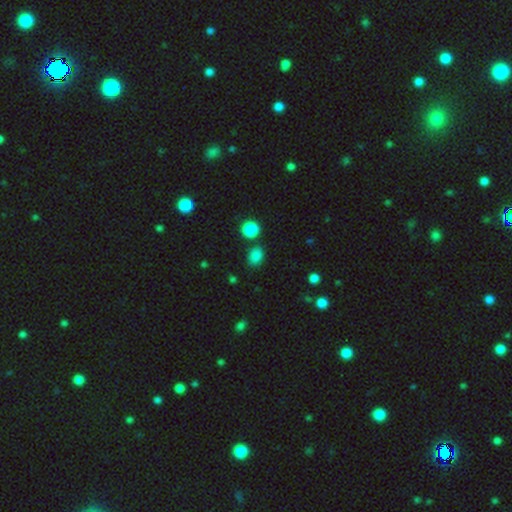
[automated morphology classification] Smooth or featured?
  - smooth: 82% *
  - star or artifact: 14%
  - featured or disk: 4%
How rounded?
  - in between: 56% *
  - round: 42%
  - cigar-shaped: 1%
Merging?
  - none: 77% *
  - minor disturbance: 12%
  - merger: 7%
  - major disturbance: 3%